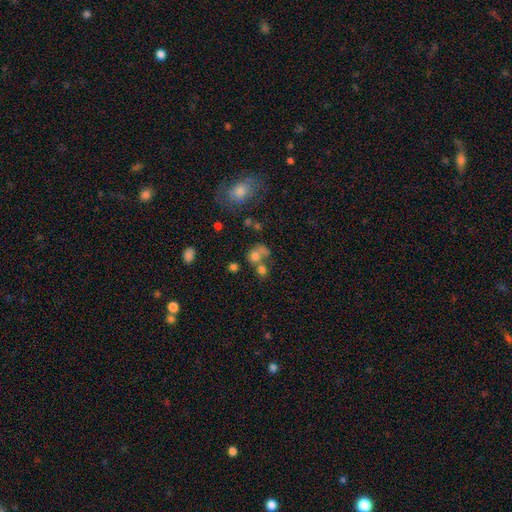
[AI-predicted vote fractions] smooth-or-featured: smooth: 69% | featured or disk: 16% | star or artifact: 16%
  how-rounded: round: 68% | in between: 30% | cigar-shaped: 1%
  merging: merger: 46% | none: 33% | major disturbance: 11% | minor disturbance: 10%